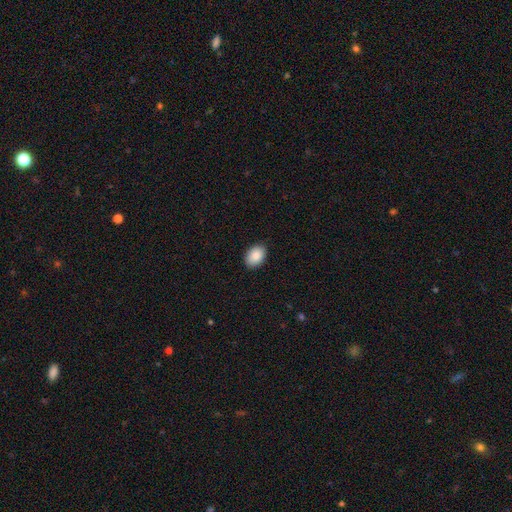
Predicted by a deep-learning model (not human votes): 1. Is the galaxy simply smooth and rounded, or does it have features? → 89% smooth, 7% star or artifact, 4% featured or disk.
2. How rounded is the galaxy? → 83% in between, 16% round, 1% cigar-shaped.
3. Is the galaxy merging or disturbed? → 88% none, 9% minor disturbance, 2% major disturbance, 1% merger.